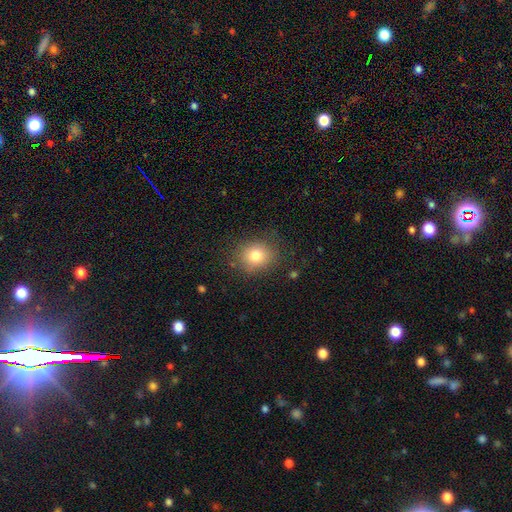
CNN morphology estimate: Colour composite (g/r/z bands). It shows a smooth galaxy with no disk features (80%) that is round (70%). Merging: none (81%).